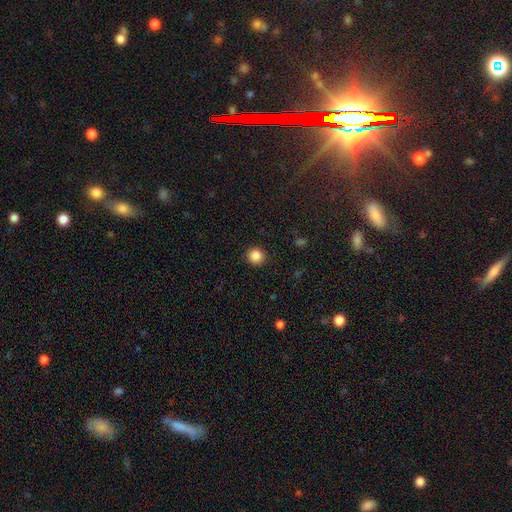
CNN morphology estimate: A smooth galaxy with no disk features (87%) that is round (94%).

Vote fractions:
- Smooth or featured? smooth: 87% / star or artifact: 10% / featured or disk: 3%
- How rounded? round: 94% / in between: 6% / cigar-shaped: 1%
- Merging? none: 91% / minor disturbance: 5% / major disturbance: 2% / merger: 1%